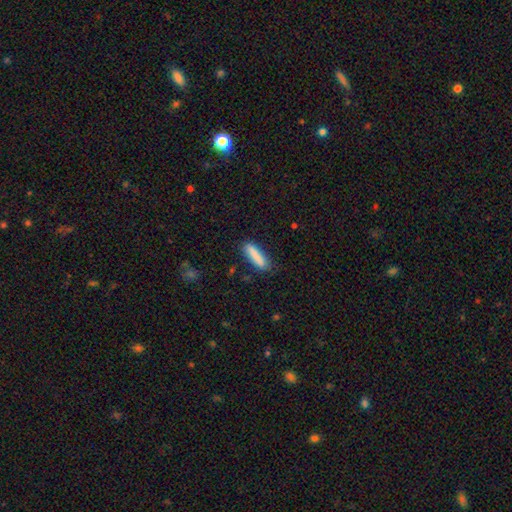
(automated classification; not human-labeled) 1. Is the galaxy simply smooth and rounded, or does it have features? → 86% smooth, 8% featured or disk, 7% star or artifact.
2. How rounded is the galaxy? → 76% cigar-shaped, 22% in between, 1% round.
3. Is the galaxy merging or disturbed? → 82% none, 13% minor disturbance, 3% major disturbance, 2% merger.